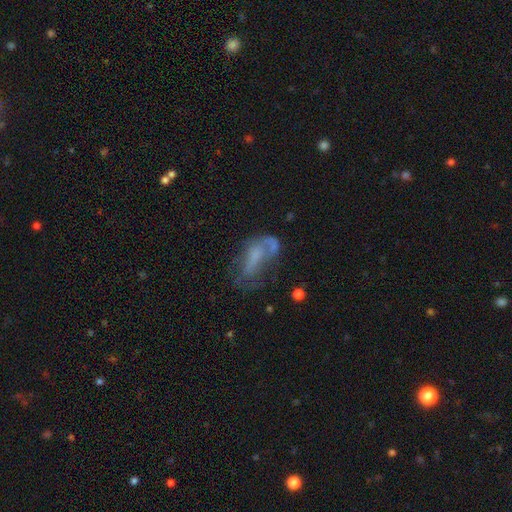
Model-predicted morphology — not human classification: type=featured or disk (46%); merging=major disturbance (38%).